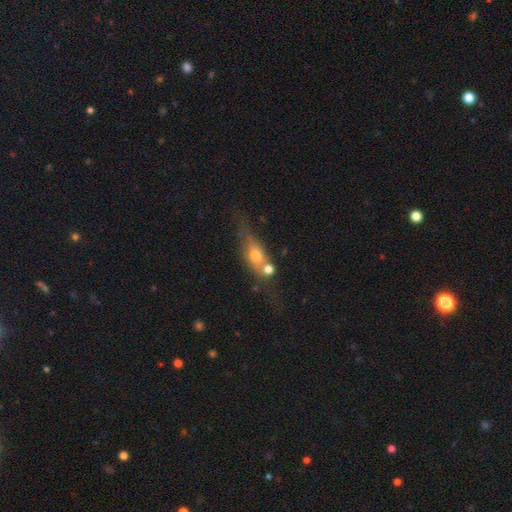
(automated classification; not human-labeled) smooth_or_featured: smooth (p=0.49) [alt: featured or disk p=0.41]
merging: none (p=0.43) [alt: merger p=0.26]